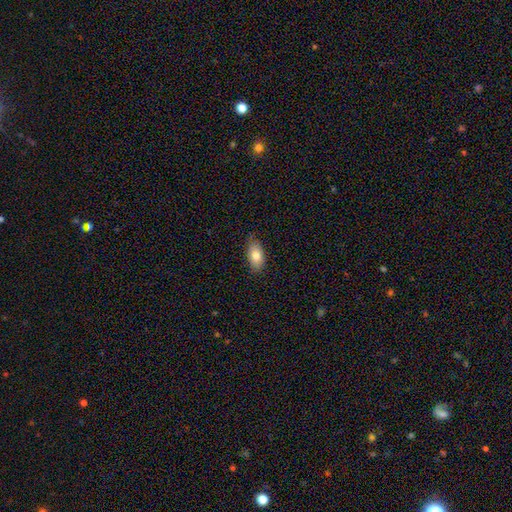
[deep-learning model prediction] Smooth or featured: smooth — 79% (featured or disk — 14%)
How rounded: in between — 92% (round — 5%)
Merging: none — 82% (minor disturbance — 15%)